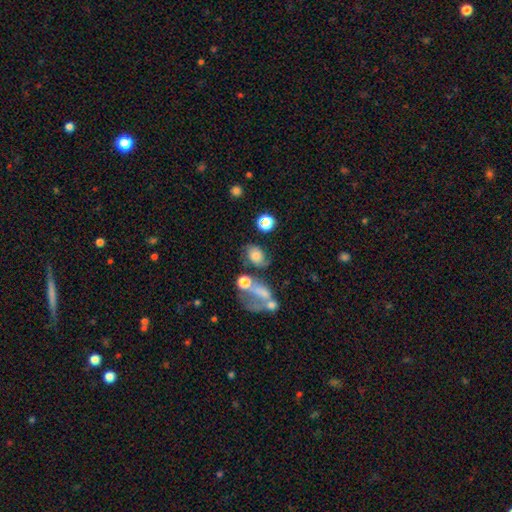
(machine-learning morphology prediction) Smooth or featured?
  - smooth: 60% *
  - featured or disk: 26%
  - star or artifact: 14%
How rounded?
  - in between: 67% *
  - round: 31%
  - cigar-shaped: 2%
Merging?
  - none: 41% *
  - merger: 23%
  - minor disturbance: 19%
  - major disturbance: 17%